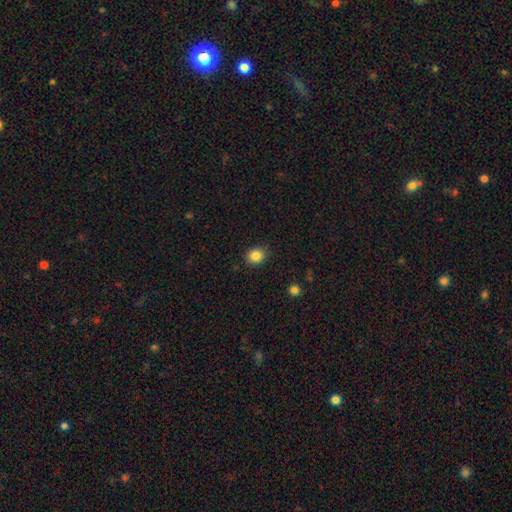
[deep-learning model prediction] Morphology: type=smooth (85%); roundness=round (75%); merging=none (88%).